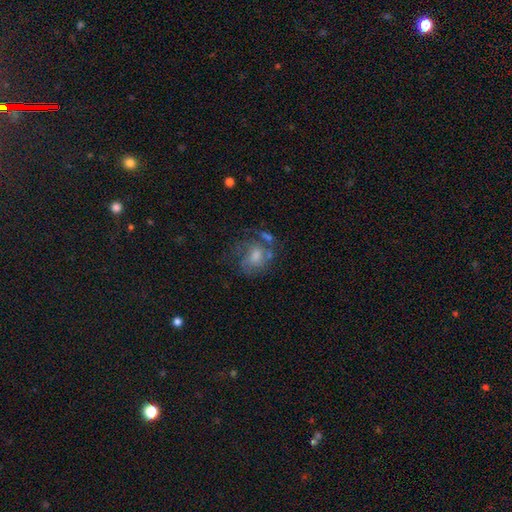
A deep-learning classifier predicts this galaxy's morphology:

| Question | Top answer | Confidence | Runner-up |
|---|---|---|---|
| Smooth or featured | featured or disk | 57% | smooth (30%) |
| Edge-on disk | no | 97% | yes (3%) |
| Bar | no | 68% | weak (28%) |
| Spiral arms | yes | 71% | no (29%) |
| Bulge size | moderate | 52% | small (26%) |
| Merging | none | 50% | minor disturbance (20%) |